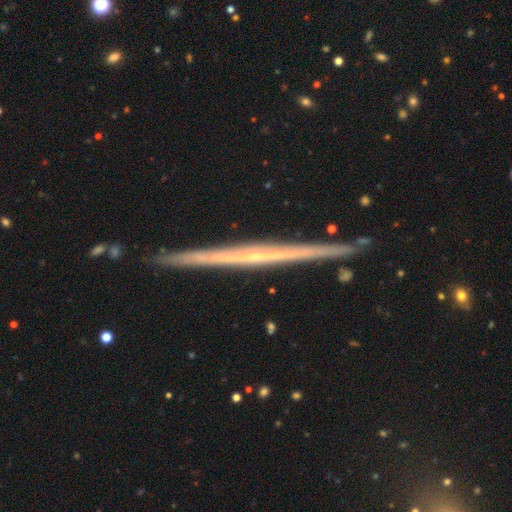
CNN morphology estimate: smooth_or_featured: featured or disk (p=0.78) [alt: smooth p=0.16]
disk_edge_on: yes (p=0.98) [alt: no p=0.02]
edge_on_bulge: none (p=0.80) [alt: rounded p=0.16]
merging: none (p=0.90) [alt: minor disturbance p=0.07]